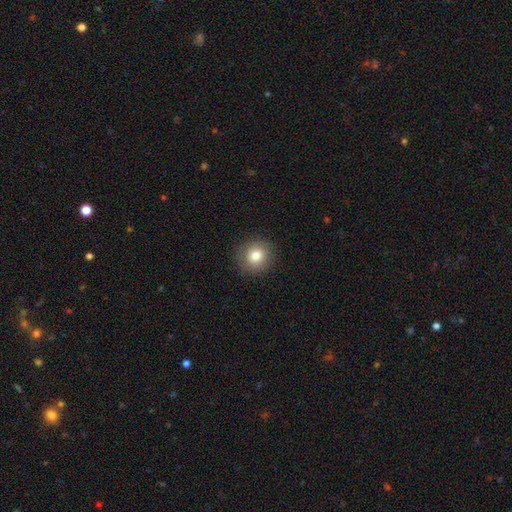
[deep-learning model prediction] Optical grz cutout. It shows a smooth galaxy with no disk features (81%) that is round (88%). Merging: none (90%).